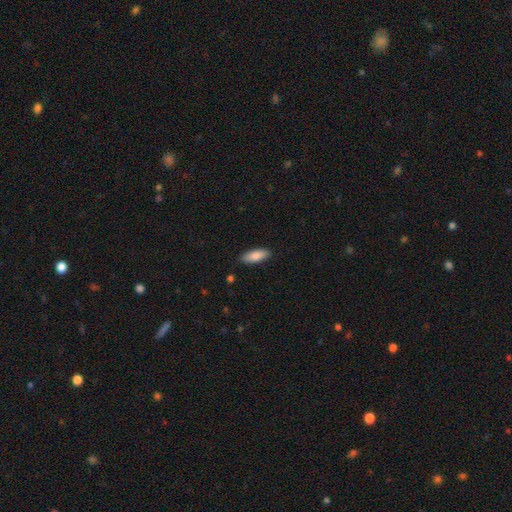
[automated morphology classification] Smooth or featured? Predicted: smooth (p=0.86). How rounded? Predicted: in between (p=0.73). Merging? Predicted: none (p=0.88).